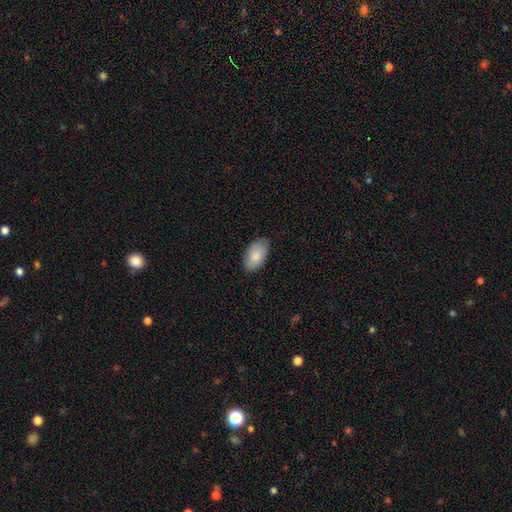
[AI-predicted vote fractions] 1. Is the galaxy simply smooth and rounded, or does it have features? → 85% smooth, 9% featured or disk, 6% star or artifact.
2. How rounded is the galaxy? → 95% in between, 3% round, 2% cigar-shaped.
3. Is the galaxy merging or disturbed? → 83% none, 14% minor disturbance, 2% major disturbance, 1% merger.